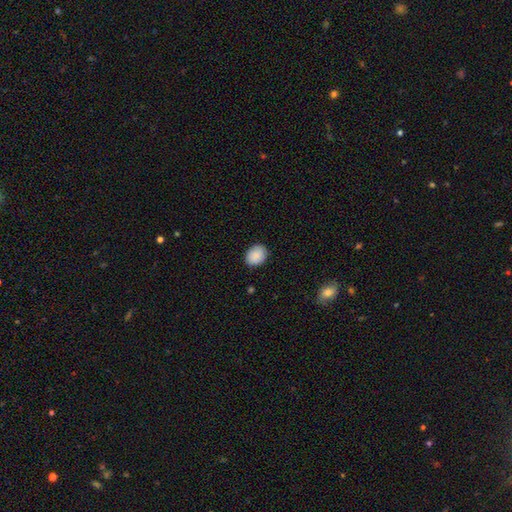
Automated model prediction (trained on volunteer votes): smooth 89%, star or artifact 7%, featured or disk 4%. Down the decision tree: how rounded — in between (51%); merging — none (87%).